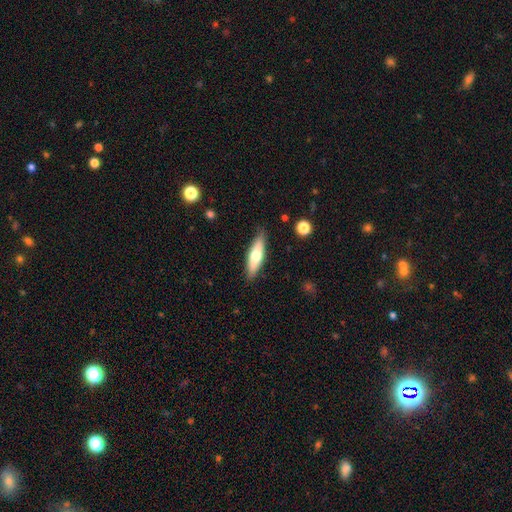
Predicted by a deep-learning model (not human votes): This is likely a smooth galaxy (64%). How rounded: likely cigar-shaped (60%). Merging: clearly none (85%).